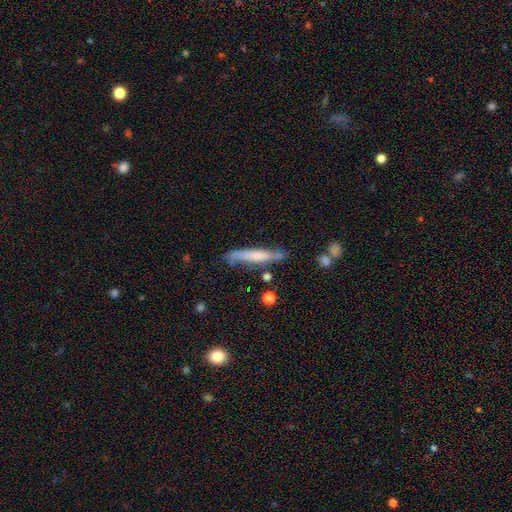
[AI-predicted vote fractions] Smooth or featured? Predicted: smooth (p=0.54). How rounded? Predicted: cigar-shaped (p=0.92). Merging? Predicted: none (p=0.64).